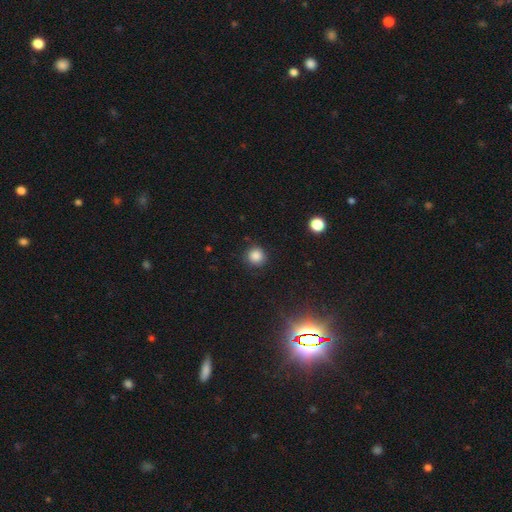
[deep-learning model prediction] Smooth or featured: smooth — 85% (star or artifact — 11%)
How rounded: round — 93% (in between — 6%)
Merging: none — 88% (minor disturbance — 8%)